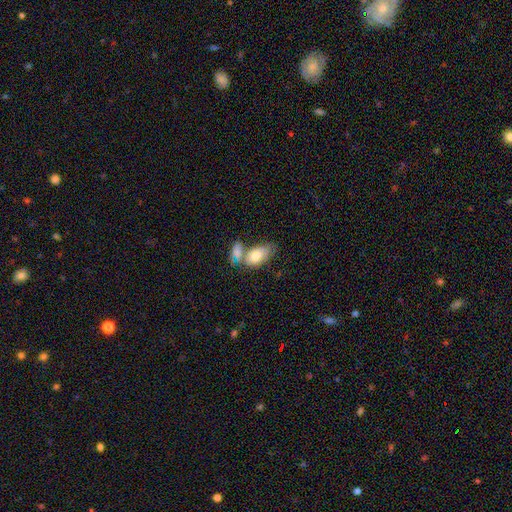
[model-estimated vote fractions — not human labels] Smooth or featured? smooth (76%)
How rounded? in between (91%)
Merging? merger (49%)